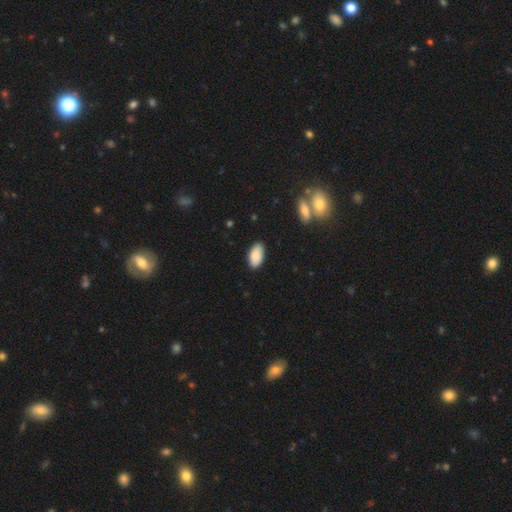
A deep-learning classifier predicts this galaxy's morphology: Q: Smooth or featured?
A: smooth (87%); runner-up: featured or disk (7%)
Q: How rounded?
A: in between (95%); runner-up: round (3%)
Q: Merging?
A: none (85%); runner-up: minor disturbance (12%)